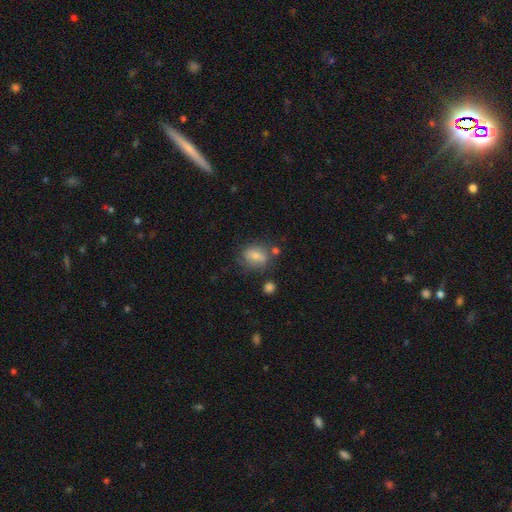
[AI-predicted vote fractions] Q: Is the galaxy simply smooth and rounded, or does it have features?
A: smooth — 73%.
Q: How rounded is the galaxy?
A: in between — 57%.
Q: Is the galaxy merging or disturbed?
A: none — 61%.